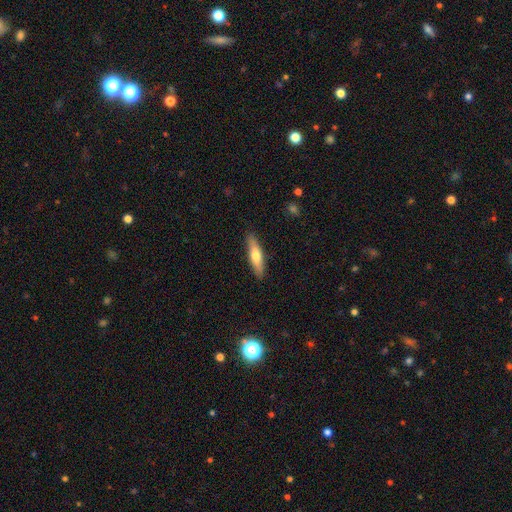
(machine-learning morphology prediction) smooth 62%, featured or disk 32%, star or artifact 6%. Down the decision tree: how rounded — cigar-shaped (74%); merging — none (89%).